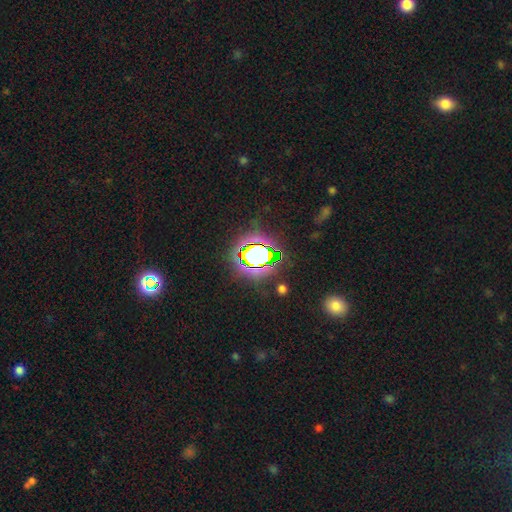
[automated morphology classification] Smooth or featured: star or artifact — 66% (smooth — 21%)